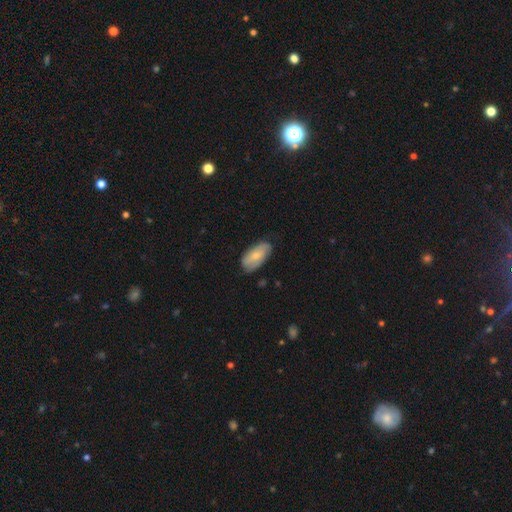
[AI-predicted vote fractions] The model was most divided on "smooth or featured": smooth: 57%, featured or disk: 37%, star or artifact: 6%. More confident: how rounded — in between (91%); merging — none (72%).